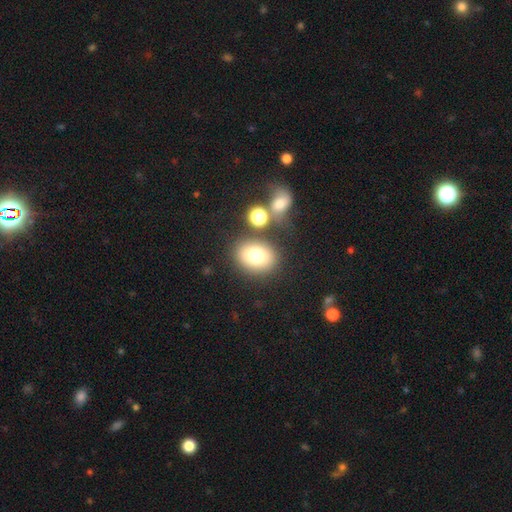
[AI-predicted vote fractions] smooth_or_featured: smooth (p=0.76) [alt: featured or disk p=0.12]
how_rounded: in between (p=0.55) [alt: round p=0.44]
merging: none (p=0.77) [alt: minor disturbance p=0.11]